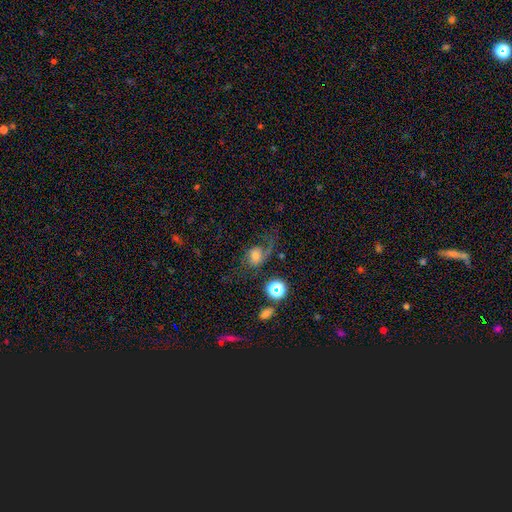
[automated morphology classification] Smooth or featured? featured or disk (44%)
Merging? none (38%, tied with major disturbance)